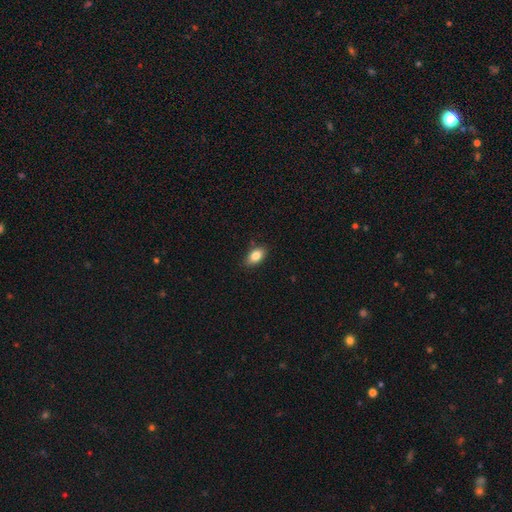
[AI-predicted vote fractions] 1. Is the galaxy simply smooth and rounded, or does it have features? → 83% smooth, 9% featured or disk, 8% star or artifact.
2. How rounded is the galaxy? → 90% in between, 7% round, 4% cigar-shaped.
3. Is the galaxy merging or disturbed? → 85% none, 11% minor disturbance, 2% major disturbance, 1% merger.